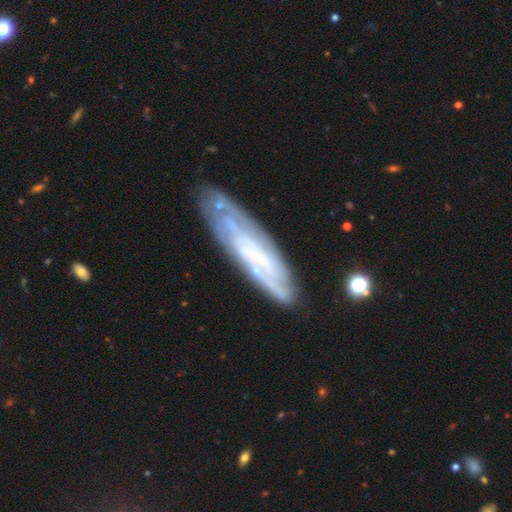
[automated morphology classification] featured or disk 70%, smooth 22%, star or artifact 7%. Down the decision tree: edge-on disk — no (67%); merging — none (75%).